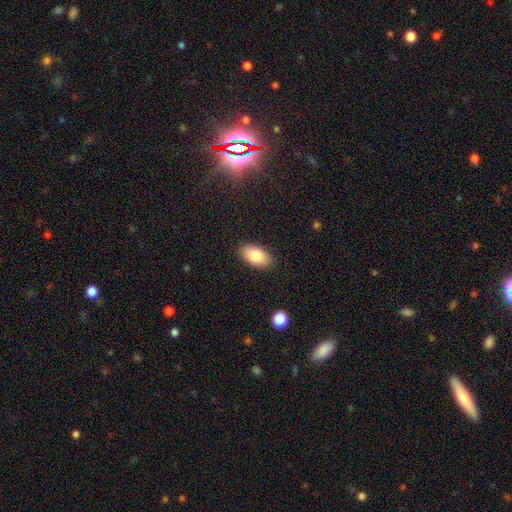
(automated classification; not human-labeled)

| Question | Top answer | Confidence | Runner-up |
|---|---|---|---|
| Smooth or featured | smooth | 83% | featured or disk (10%) |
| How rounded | in between | 95% | round (4%) |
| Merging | none | 88% | minor disturbance (9%) |